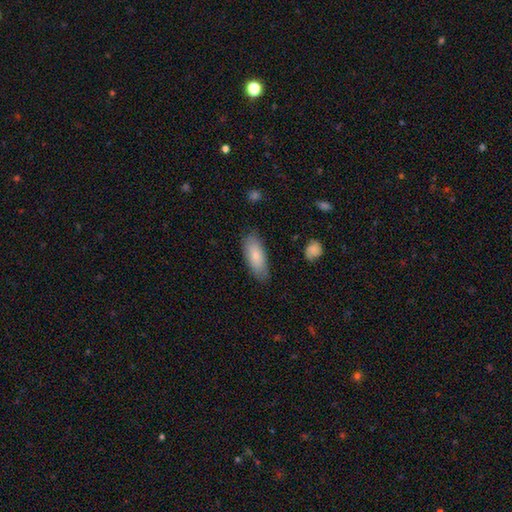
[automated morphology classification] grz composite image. It shows a smooth galaxy with no disk features (80%) that is in between round and cigar-shaped (78%). Merging: none (81%).